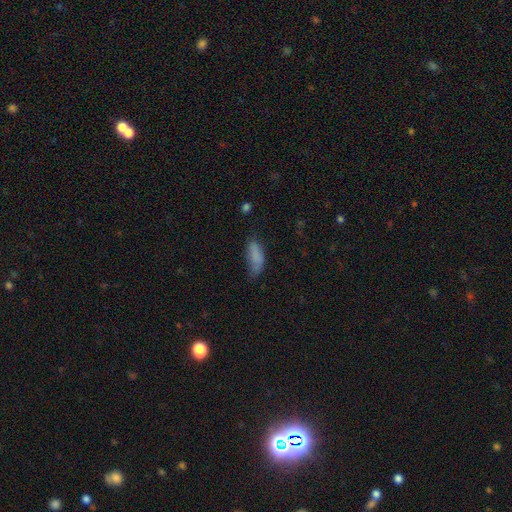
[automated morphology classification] Smooth or featured?
  - smooth: 78% *
  - featured or disk: 13%
  - star or artifact: 9%
How rounded?
  - in between: 74% *
  - cigar-shaped: 23%
  - round: 2%
Merging?
  - none: 43% *
  - minor disturbance: 36%
  - major disturbance: 18%
  - merger: 3%